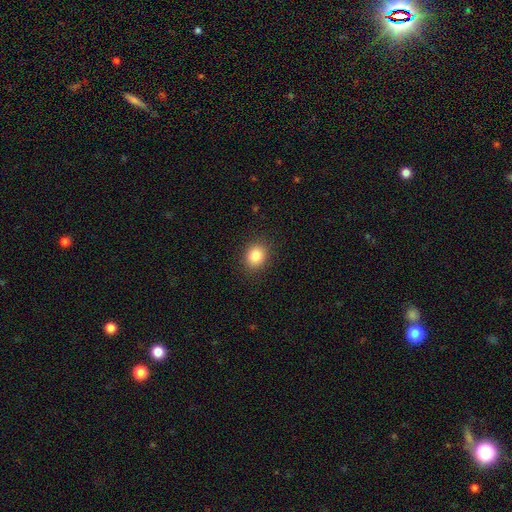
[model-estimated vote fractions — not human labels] Smooth or featured? Predicted: smooth (p=0.84). How rounded? Predicted: round (p=0.59). Merging? Predicted: none (p=0.89).